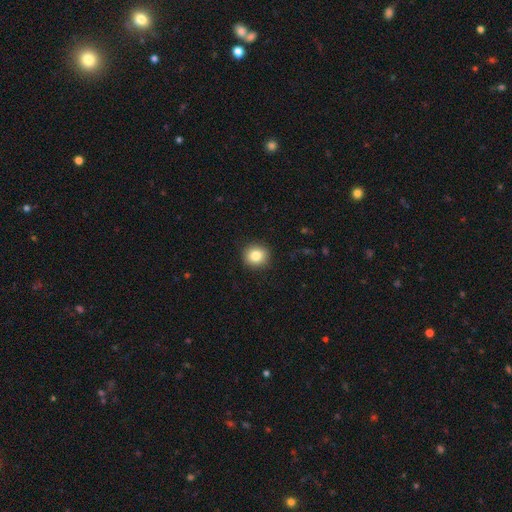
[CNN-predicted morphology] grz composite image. It shows a smooth galaxy with no disk features (84%) that is round (90%). Merging: none (91%).